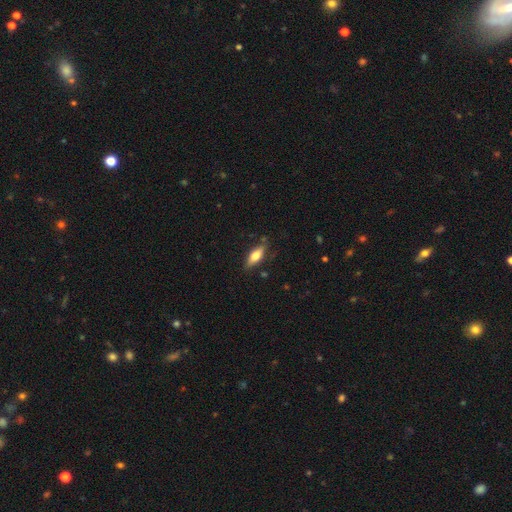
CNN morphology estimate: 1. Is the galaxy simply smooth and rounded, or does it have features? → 65% smooth, 28% featured or disk, 6% star or artifact.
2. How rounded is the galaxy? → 65% in between, 33% cigar-shaped, 3% round.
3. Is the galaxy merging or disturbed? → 77% none, 17% minor disturbance, 4% major disturbance, 2% merger.